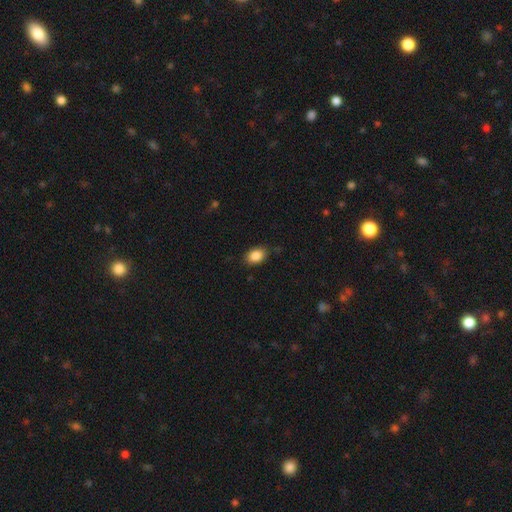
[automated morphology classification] Smooth or featured? Predicted: smooth (p=0.87). How rounded? Predicted: in between (p=0.82). Merging? Predicted: none (p=0.82).